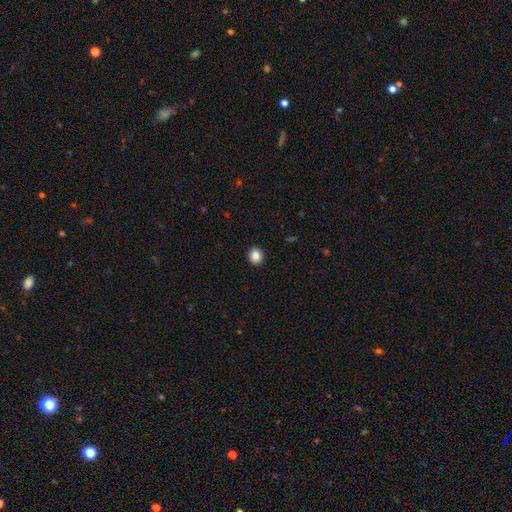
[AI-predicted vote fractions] The model was most divided on "how rounded": round: 74%, in between: 25%, cigar-shaped: 1%. More confident: merging — none (92%); smooth or featured — smooth (87%).